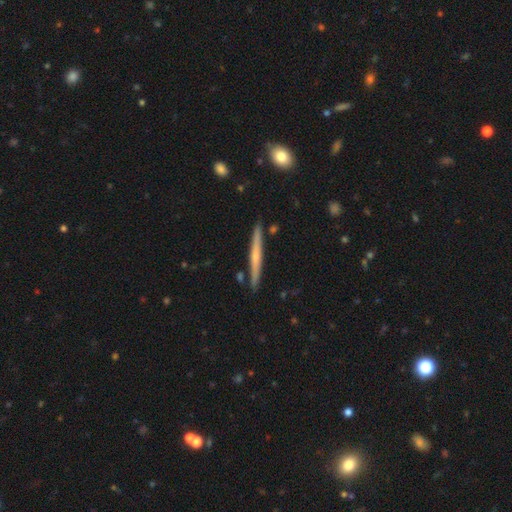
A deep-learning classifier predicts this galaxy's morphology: smooth_or_featured: featured or disk (p=0.55) [alt: smooth p=0.39]
disk_edge_on: yes (p=0.98) [alt: no p=0.02]
edge_on_bulge: none (p=0.52) [alt: rounded p=0.41]
merging: none (p=0.90) [alt: minor disturbance p=0.07]